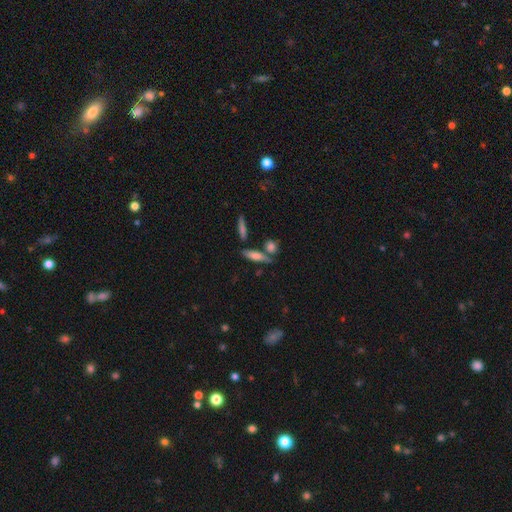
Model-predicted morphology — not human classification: This is possibly a smooth galaxy (60%). How rounded: possibly cigar-shaped (58%). Merging: likely none (67%).